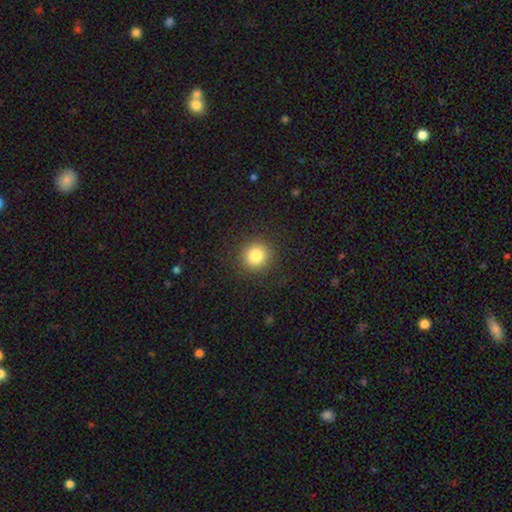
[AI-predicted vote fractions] smooth_or_featured: smooth (p=0.83) [alt: star or artifact p=0.11]
how_rounded: round (p=0.91) [alt: in between p=0.08]
merging: none (p=0.90) [alt: minor disturbance p=0.06]